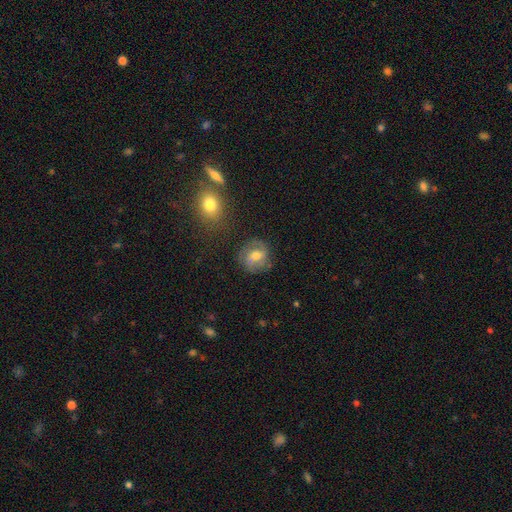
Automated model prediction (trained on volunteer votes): Smooth or featured? Predicted: featured or disk (p=0.50). Edge-on disk? Predicted: no (p=0.96). Merging? Predicted: none (p=0.76).